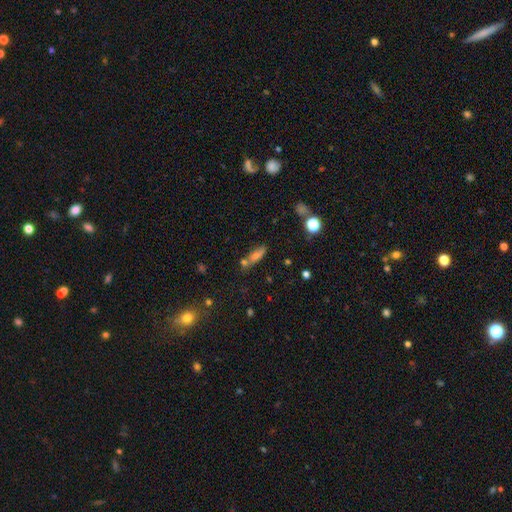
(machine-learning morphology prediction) smooth_or_featured: smooth (p=0.61) [alt: featured or disk p=0.24]
how_rounded: cigar-shaped (p=0.50) [alt: in between p=0.43]
merging: none (p=0.57) [alt: merger p=0.22]